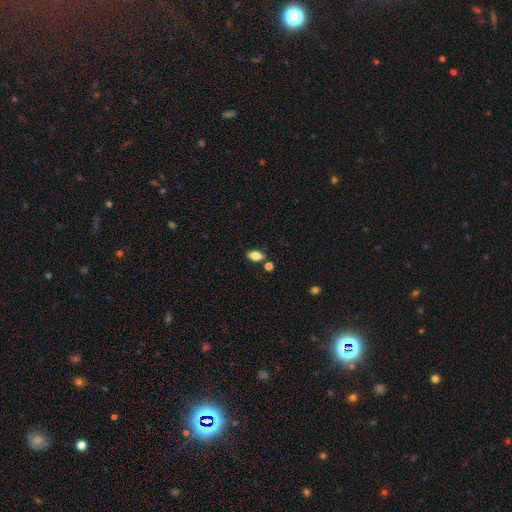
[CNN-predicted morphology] Q: Smooth or featured?
A: smooth (82%); runner-up: featured or disk (10%)
Q: How rounded?
A: in between (89%); runner-up: round (7%)
Q: Merging?
A: none (77%); runner-up: minor disturbance (11%)